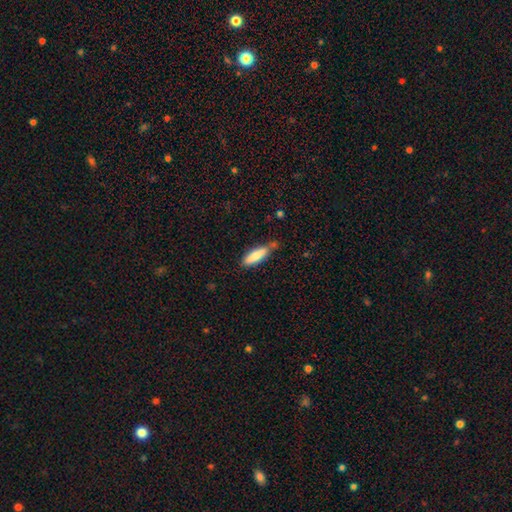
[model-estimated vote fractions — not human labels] Smooth or featured: smooth — 80% (featured or disk — 14%)
How rounded: cigar-shaped — 60% (in between — 38%)
Merging: none — 59% (minor disturbance — 28%)